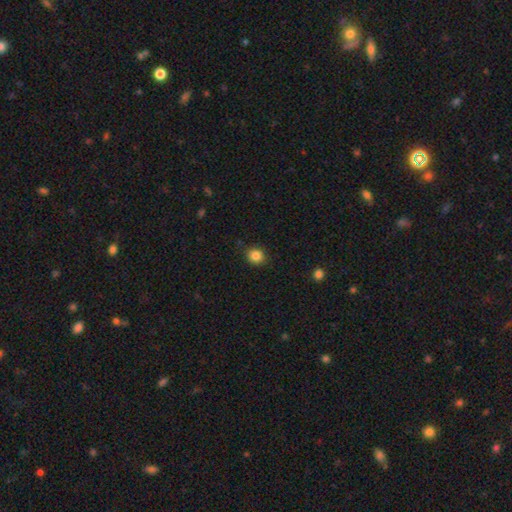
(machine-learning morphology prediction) Smooth or featured?
  - smooth: 85% *
  - star or artifact: 11%
  - featured or disk: 4%
How rounded?
  - round: 76% *
  - in between: 24%
  - cigar-shaped: 1%
Merging?
  - none: 88% *
  - minor disturbance: 9%
  - major disturbance: 2%
  - merger: 1%